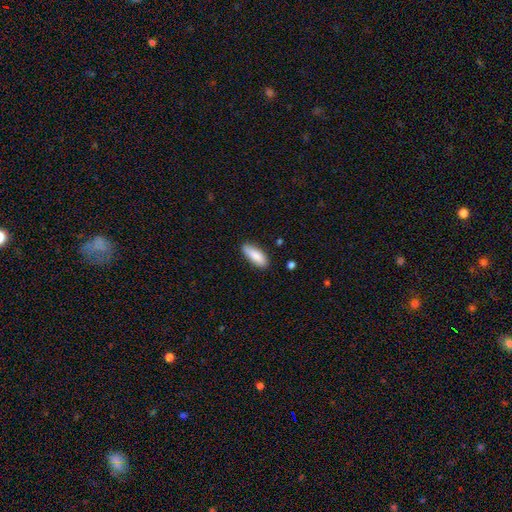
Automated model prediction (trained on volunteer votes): This appears to be a smooth galaxy with no disk features (87%) that is in between round and cigar-shaped (68%). Merging: none (82%).